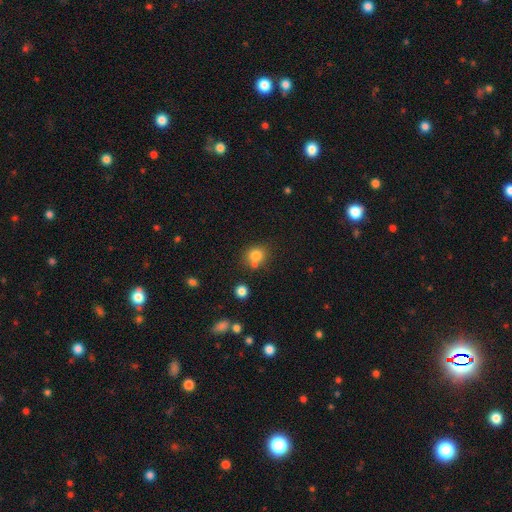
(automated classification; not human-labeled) smooth 79%, star or artifact 13%, featured or disk 8%. Down the decision tree: how rounded — round (76%); merging — none (59%).